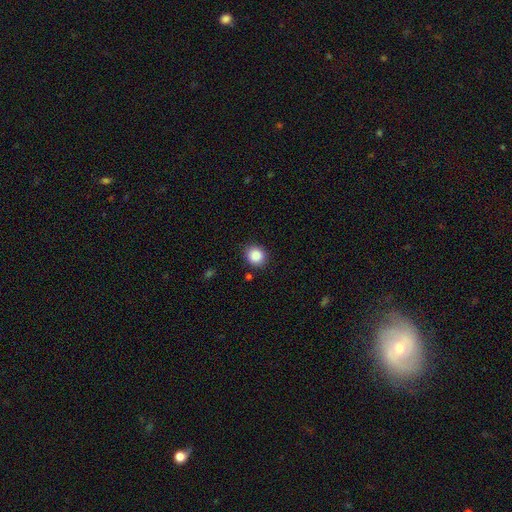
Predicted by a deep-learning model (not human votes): smooth-or-featured: smooth: 88% | star or artifact: 9% | featured or disk: 3%
  how-rounded: round: 83% | in between: 16% | cigar-shaped: 1%
  merging: none: 88% | minor disturbance: 8% | major disturbance: 2% | merger: 2%